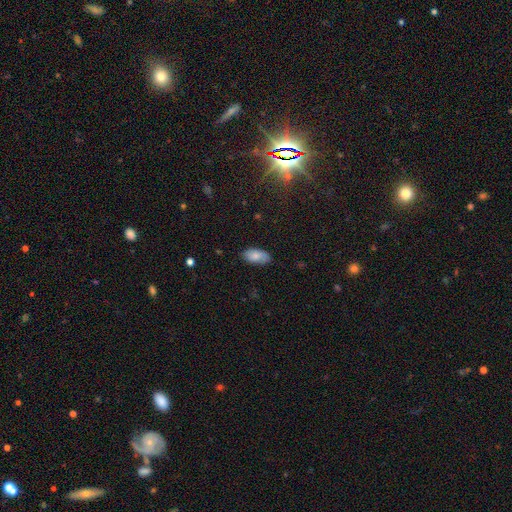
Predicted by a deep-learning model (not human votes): Smooth or featured?
  - smooth: 80% *
  - featured or disk: 13%
  - star or artifact: 7%
How rounded?
  - in between: 94% *
  - cigar-shaped: 3%
  - round: 3%
Merging?
  - none: 78% *
  - minor disturbance: 18%
  - major disturbance: 3%
  - merger: 1%